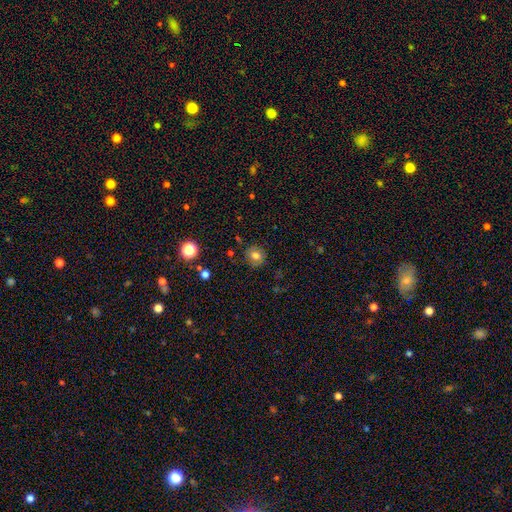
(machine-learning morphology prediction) Smooth or featured? Predicted: smooth (p=0.76). How rounded? Predicted: round (p=0.82). Merging? Predicted: none (p=0.84).